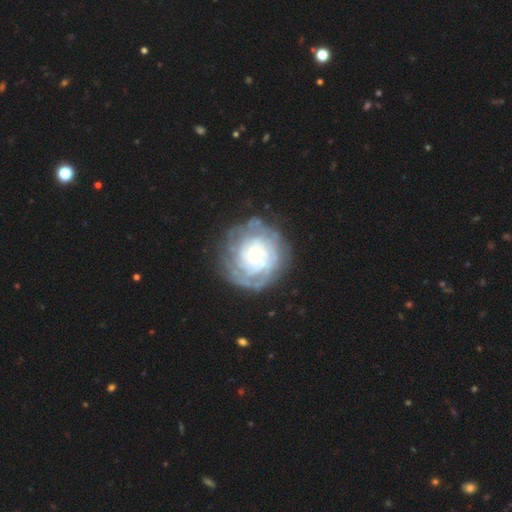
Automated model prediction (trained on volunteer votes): Morphology: type=featured or disk (73%); edge-on=no (97%); bar=no (82%); spiral arms=yes (78%); winding=tight (74%); arm count=can't tell (56%); bulge=small (47%); merging=none (73%).